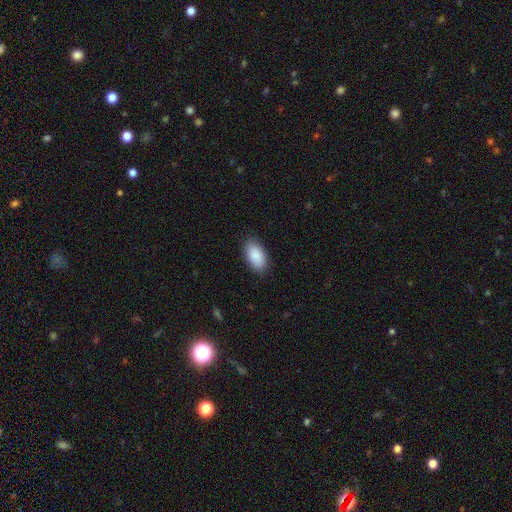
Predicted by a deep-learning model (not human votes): A smooth galaxy with no disk features (89%) that is in between round and cigar-shaped (95%). Merging: none (87%).